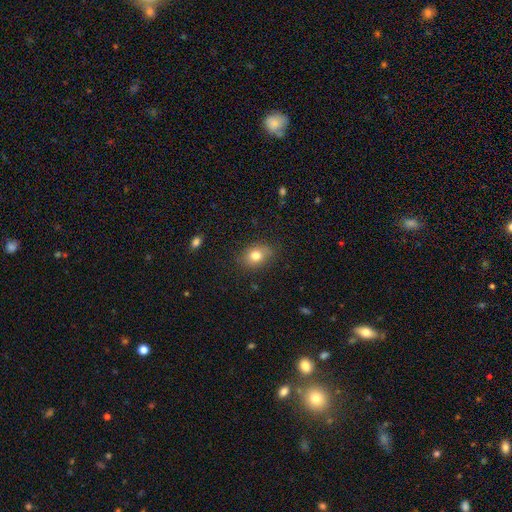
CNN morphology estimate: smooth 79%, featured or disk 11%, star or artifact 10%. Down the decision tree: how rounded — in between (64%); merging — none (82%).